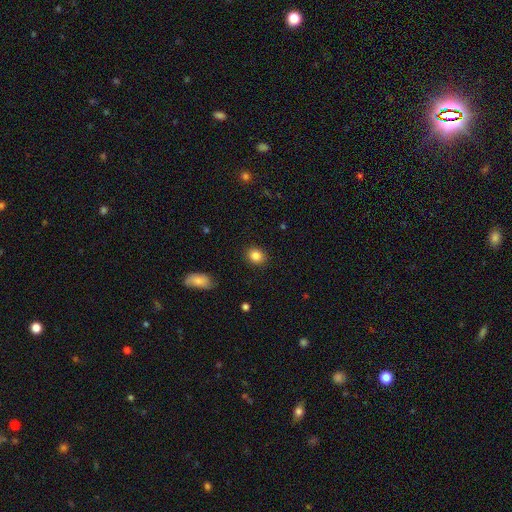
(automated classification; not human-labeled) smooth 86%, star or artifact 10%, featured or disk 5%. Down the decision tree: how rounded — round (63%); merging — none (89%).